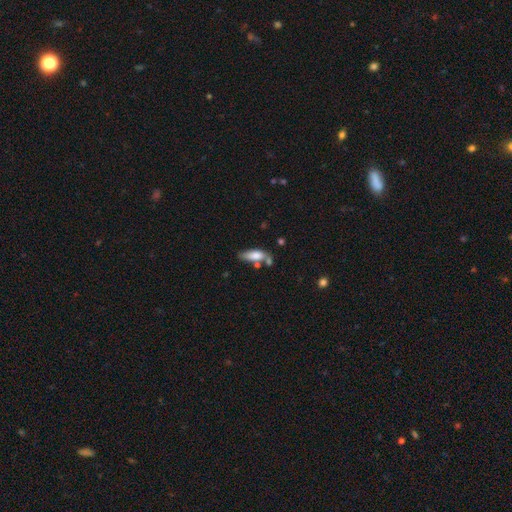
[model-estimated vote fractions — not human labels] Overall: smooth (76%). How rounded: in between (70%). Merging: none (49%; minor disturbance 22%).